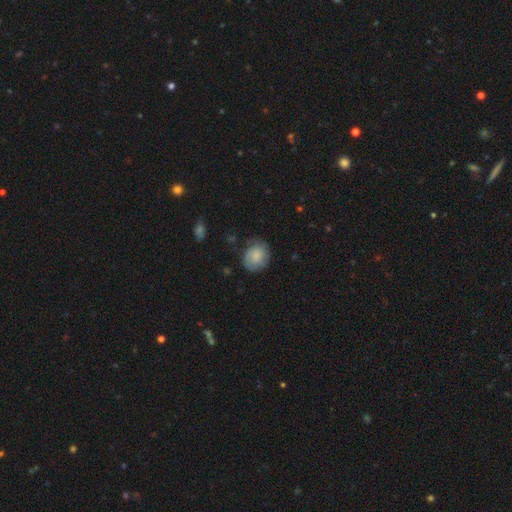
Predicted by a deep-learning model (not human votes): This is likely a smooth galaxy (68%). How rounded: likely round (62%). Merging: likely none (70%).